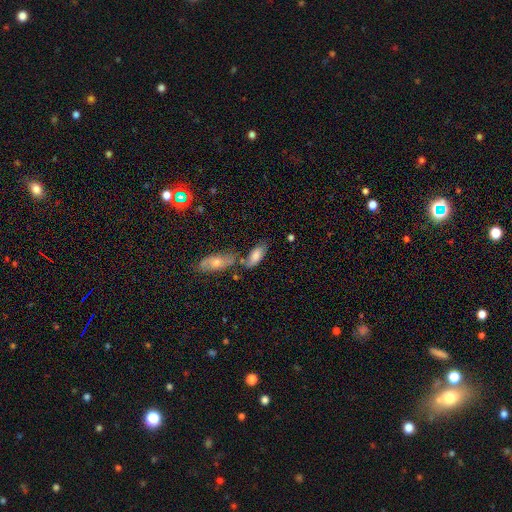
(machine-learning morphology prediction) type=smooth (76%); roundness=in between (85%); merging=none (50%).